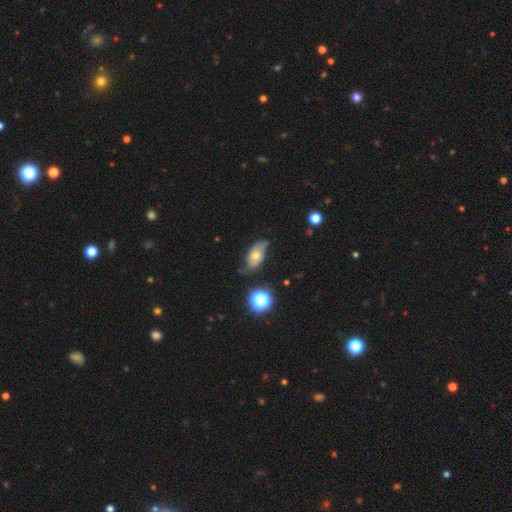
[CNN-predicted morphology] smooth_or_featured: featured or disk (p=0.48) [alt: smooth p=0.42]
merging: none (p=0.51) [alt: minor disturbance p=0.33]